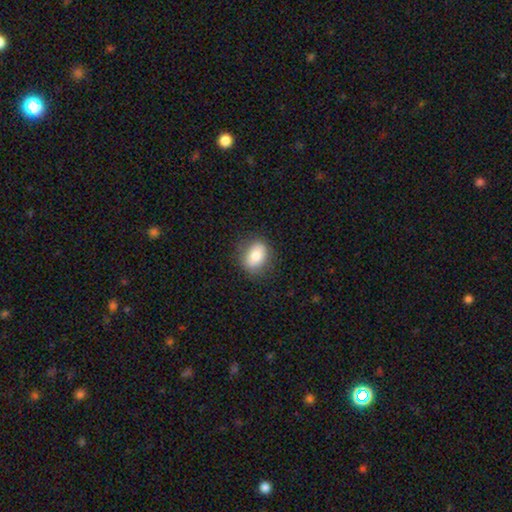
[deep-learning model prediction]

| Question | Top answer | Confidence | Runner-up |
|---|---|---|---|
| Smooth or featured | smooth | 78% | featured or disk (14%) |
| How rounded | in between | 70% | round (28%) |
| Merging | none | 81% | minor disturbance (14%) |